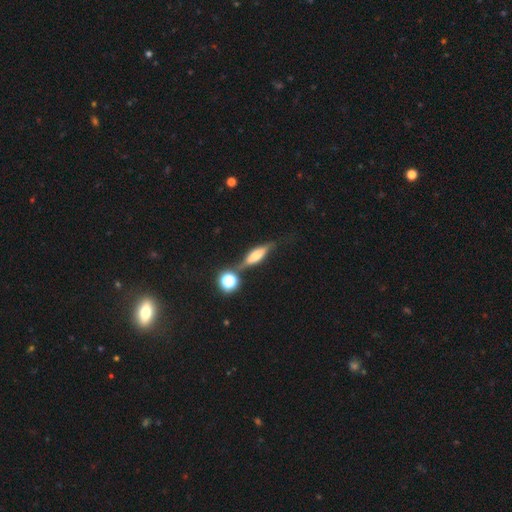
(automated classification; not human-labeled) A featured or disk galaxy (55%) viewed edge-on (90%).

Vote fractions:
- Smooth or featured? featured or disk: 55% / smooth: 34% / star or artifact: 10%
- Edge-on disk? yes: 90% / no: 10%
- Merging? none: 66% / minor disturbance: 17% / merger: 11% / major disturbance: 7%